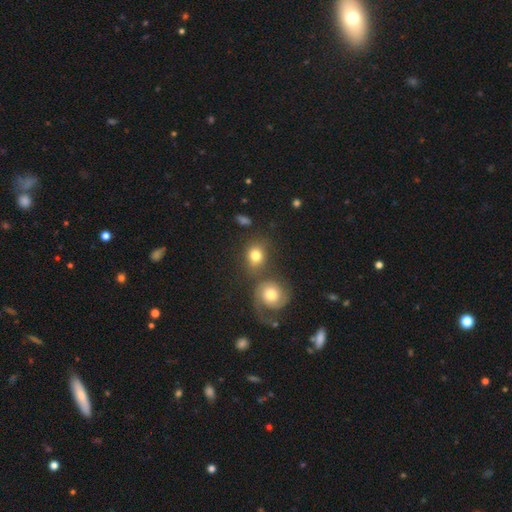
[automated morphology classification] type=smooth (72%); roundness=round (63%); merging=none (48%).